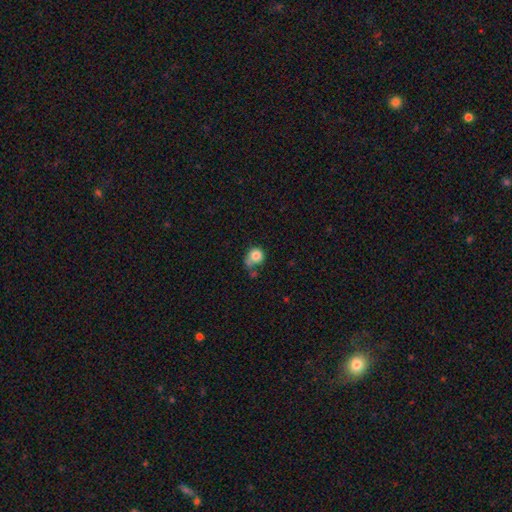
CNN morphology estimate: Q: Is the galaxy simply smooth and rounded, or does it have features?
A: smooth — 81%.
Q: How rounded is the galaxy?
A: round — 86%.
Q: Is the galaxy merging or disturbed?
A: none — 46%.